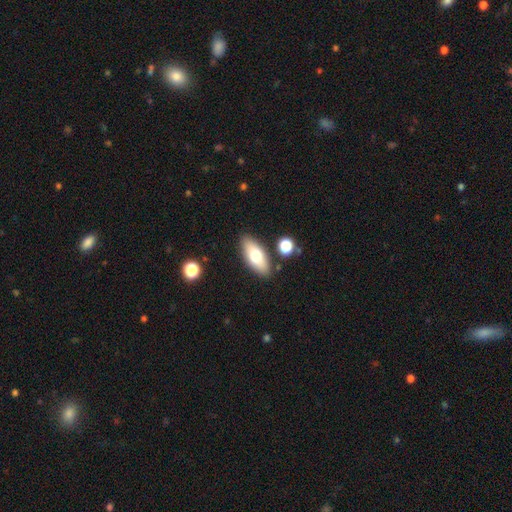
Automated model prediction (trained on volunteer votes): Overall: smooth (70%). How rounded: in between (81%). Merging: none (85%).